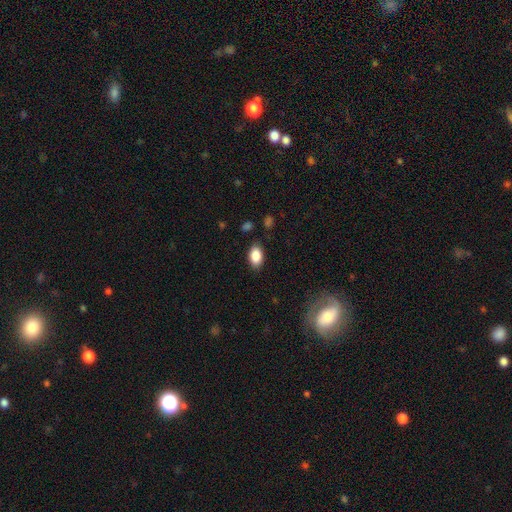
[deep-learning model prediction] smooth_or_featured: smooth (p=0.87) [alt: star or artifact p=0.08]
how_rounded: in between (p=0.90) [alt: round p=0.08]
merging: none (p=0.84) [alt: minor disturbance p=0.11]